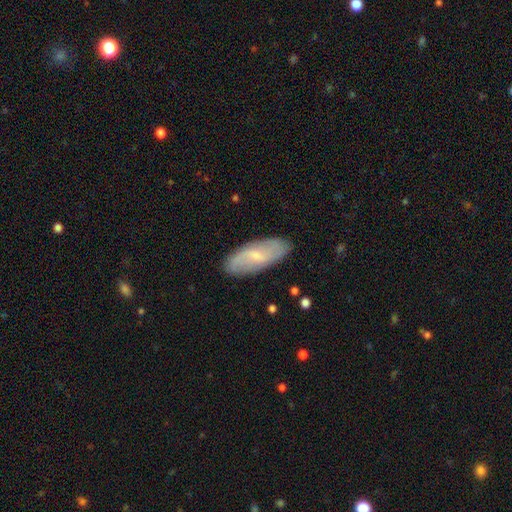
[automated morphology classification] type=featured or disk (47%); merging=none (85%).